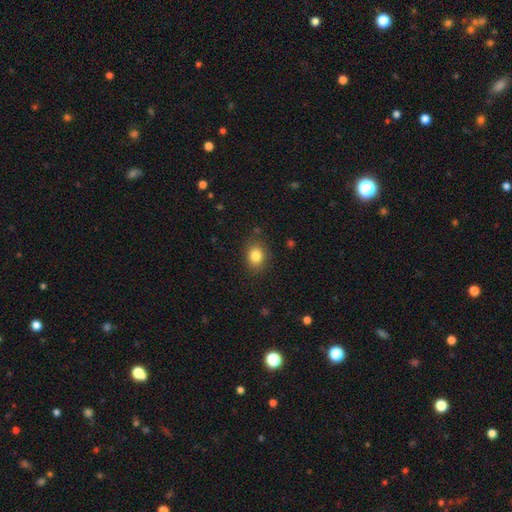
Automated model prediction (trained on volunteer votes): This is clearly a smooth galaxy (83%). How rounded: possibly round (51%). Merging: clearly none (84%).